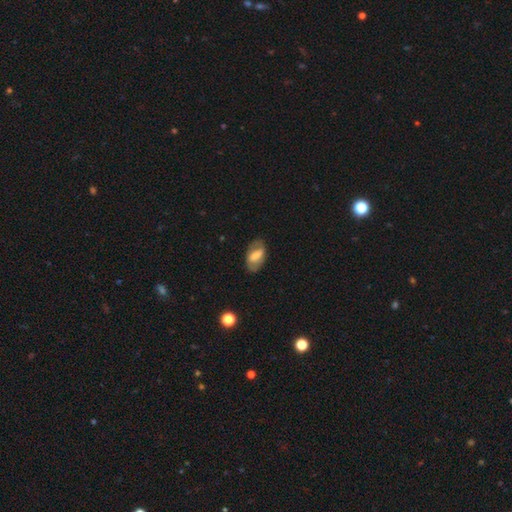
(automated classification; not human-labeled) Q: Smooth or featured?
A: smooth (53%); runner-up: featured or disk (40%)
Q: How rounded?
A: in between (91%); runner-up: round (6%)
Q: Merging?
A: none (74%); runner-up: minor disturbance (18%)